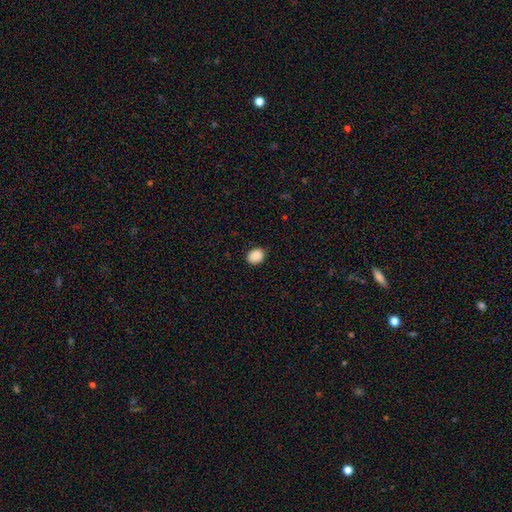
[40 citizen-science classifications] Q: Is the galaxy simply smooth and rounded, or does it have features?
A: smooth — 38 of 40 (95%).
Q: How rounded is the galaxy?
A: in between — 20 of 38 (53%).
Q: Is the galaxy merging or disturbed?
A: none — 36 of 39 (92%).